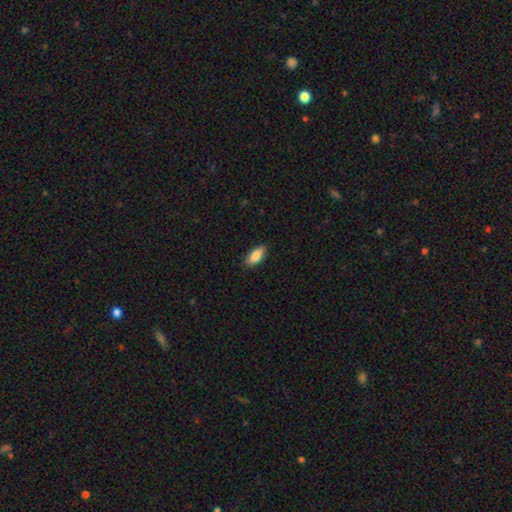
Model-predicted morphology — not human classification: Smooth or featured? Predicted: smooth (p=0.86). How rounded? Predicted: in between (p=0.87). Merging? Predicted: none (p=0.89).